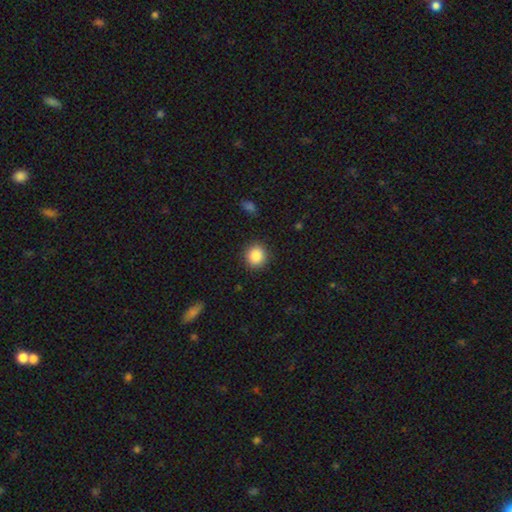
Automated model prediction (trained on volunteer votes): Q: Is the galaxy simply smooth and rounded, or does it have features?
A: smooth — 87%.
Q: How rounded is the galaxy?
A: round — 87%.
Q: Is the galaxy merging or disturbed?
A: none — 90%.